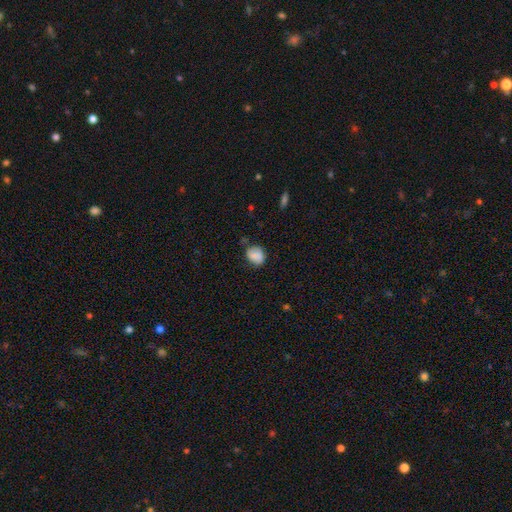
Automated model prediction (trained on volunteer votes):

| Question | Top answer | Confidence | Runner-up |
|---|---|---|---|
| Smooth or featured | smooth | 79% | featured or disk (13%) |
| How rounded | round | 61% | in between (38%) |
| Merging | none | 66% | minor disturbance (25%) |